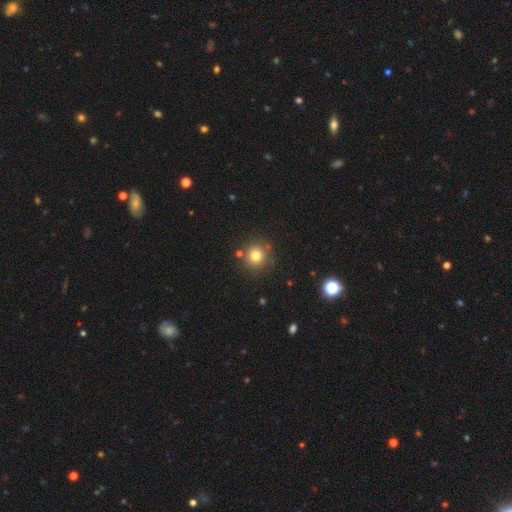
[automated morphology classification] Smooth or featured: smooth — 78% (star or artifact — 14%)
How rounded: round — 93% (in between — 6%)
Merging: none — 84% (minor disturbance — 8%)